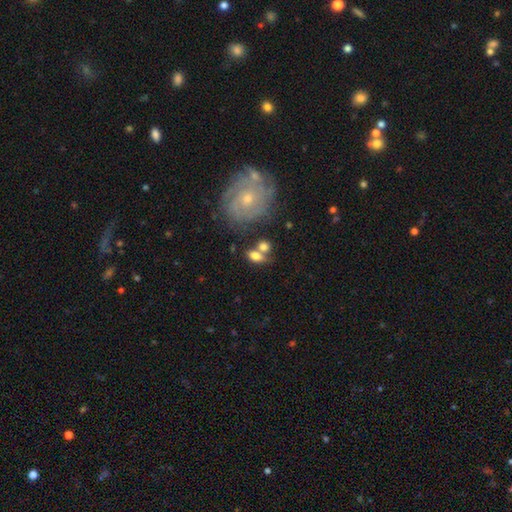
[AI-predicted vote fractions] This is likely a smooth galaxy (71%). How rounded: likely in between (76%). Merging: possibly none (46%).